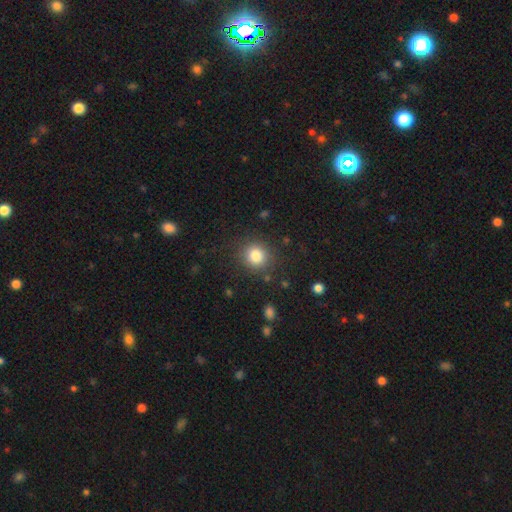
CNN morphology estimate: Smooth or featured? smooth (83%)
How rounded? round (88%)
Merging? none (86%)